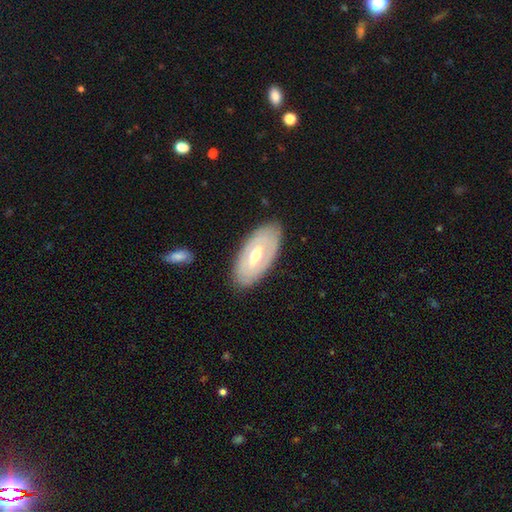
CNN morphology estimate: Smooth or featured?
  - featured or disk: 66% *
  - smooth: 29%
  - star or artifact: 5%
Edge-on disk?
  - no: 87% *
  - yes: 13%
Bar?
  - no: 47% *
  - weak: 36%
  - strong: 17%
Spiral arms?
  - no: 65% *
  - yes: 35%
Bulge size?
  - moderate: 72% *
  - small: 20%
  - large: 7%
  - dominant: 1%
  - none: 1%
Merging?
  - none: 84% *
  - minor disturbance: 12%
  - major disturbance: 3%
  - merger: 1%